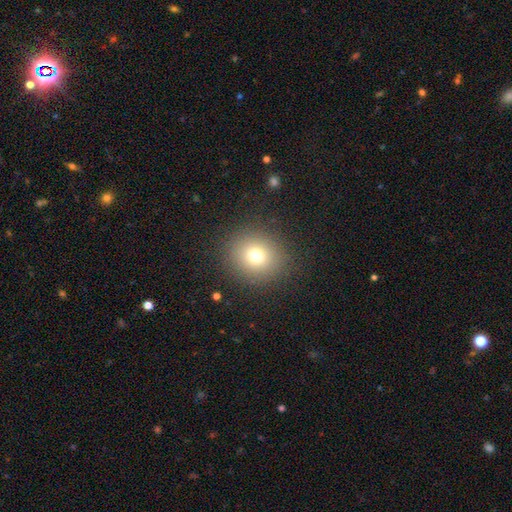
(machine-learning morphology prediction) Q: Smooth or featured?
A: smooth (73%); runner-up: star or artifact (16%)
Q: How rounded?
A: round (89%); runner-up: in between (10%)
Q: Merging?
A: none (89%); runner-up: minor disturbance (6%)